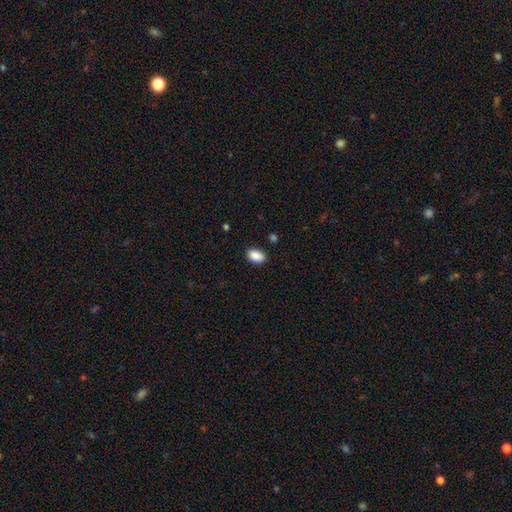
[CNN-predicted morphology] Smooth or featured? Predicted: smooth (p=0.89). How rounded? Predicted: in between (p=0.90). Merging? Predicted: none (p=0.87).